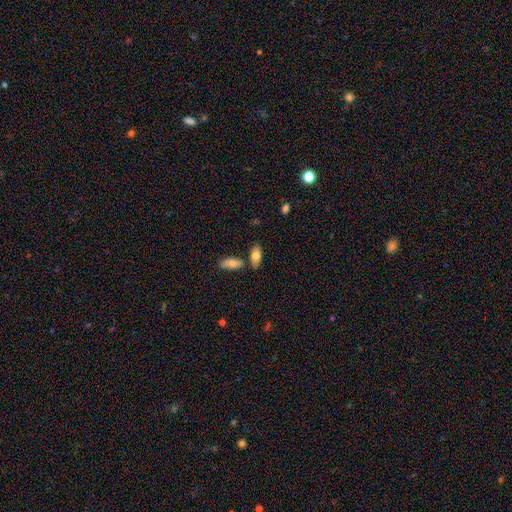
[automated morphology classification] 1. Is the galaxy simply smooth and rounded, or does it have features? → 77% smooth, 16% featured or disk, 7% star or artifact.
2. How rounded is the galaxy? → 88% in between, 9% cigar-shaped, 3% round.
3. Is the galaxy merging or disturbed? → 61% none, 22% merger, 14% minor disturbance, 4% major disturbance.